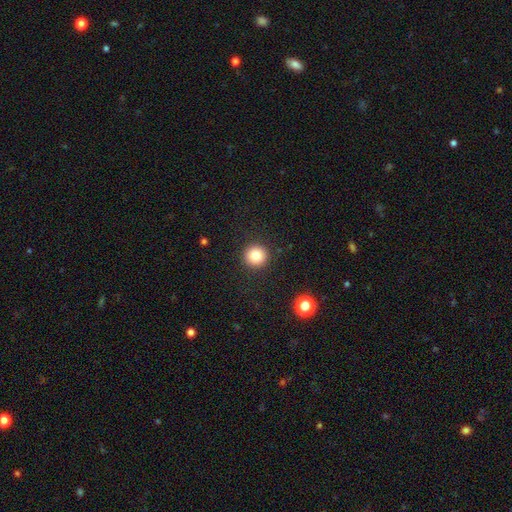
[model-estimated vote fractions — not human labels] Smooth or featured? smooth (83%)
How rounded? round (95%)
Merging? none (92%)